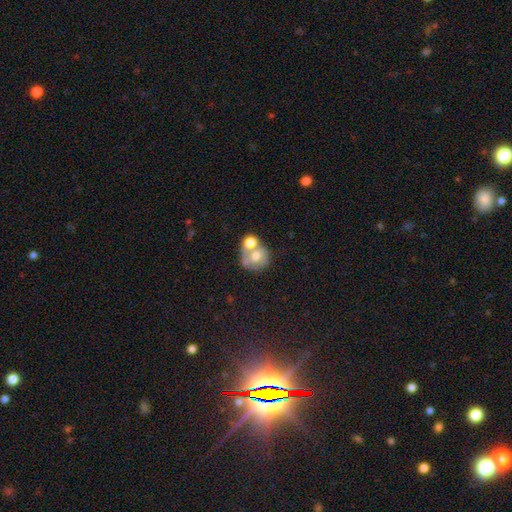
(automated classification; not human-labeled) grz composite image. It shows a smooth galaxy with no disk features (60%) that is round (72%). Merging: merger (51%).